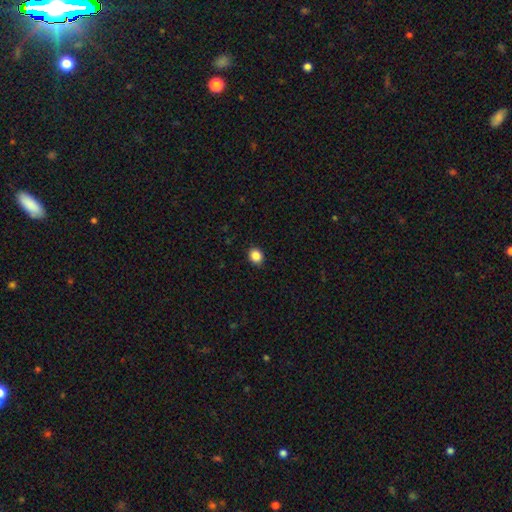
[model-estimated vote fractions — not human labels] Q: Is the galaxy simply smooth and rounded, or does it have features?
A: smooth — 86%.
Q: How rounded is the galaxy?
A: round — 70%.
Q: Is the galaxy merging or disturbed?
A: none — 91%.